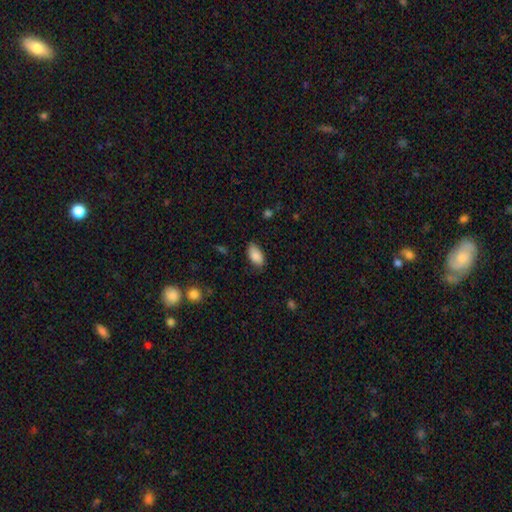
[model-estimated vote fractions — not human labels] The model was most divided on "merging": none: 79%, minor disturbance: 17%, major disturbance: 3%, merger: 1%. More confident: how rounded — in between (94%); smooth or featured — smooth (87%).